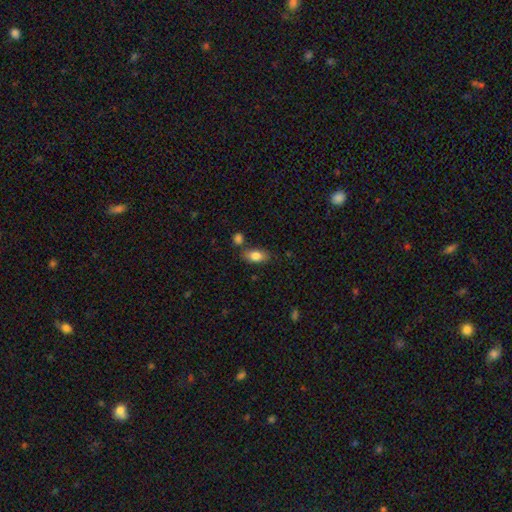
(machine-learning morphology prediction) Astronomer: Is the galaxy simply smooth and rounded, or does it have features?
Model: smooth — 83%.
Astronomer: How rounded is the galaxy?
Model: in between — 90%.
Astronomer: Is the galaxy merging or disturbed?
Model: none — 74%.